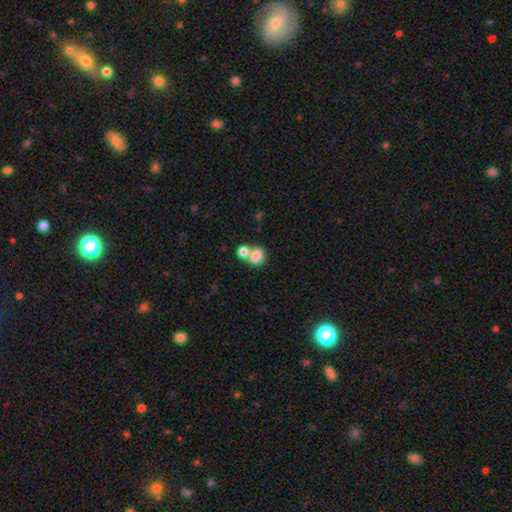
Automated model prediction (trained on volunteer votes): smooth-or-featured: smooth: 78% | featured or disk: 12% | star or artifact: 9%
  how-rounded: in between: 58% | round: 41% | cigar-shaped: 1%
  merging: merger: 54% | none: 33% | minor disturbance: 8% | major disturbance: 4%